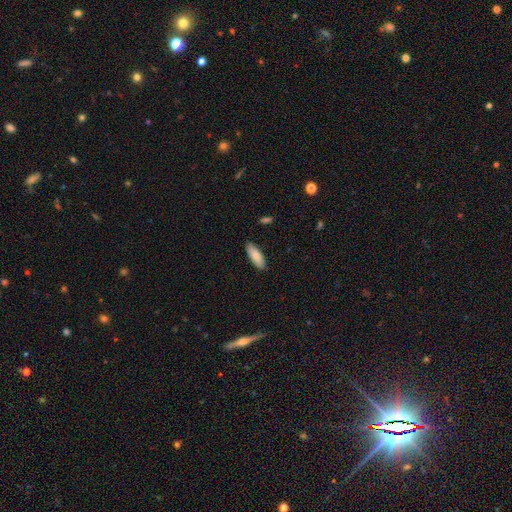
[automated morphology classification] smooth 82%, featured or disk 12%, star or artifact 6%. Down the decision tree: how rounded — in between (66%); merging — none (87%).